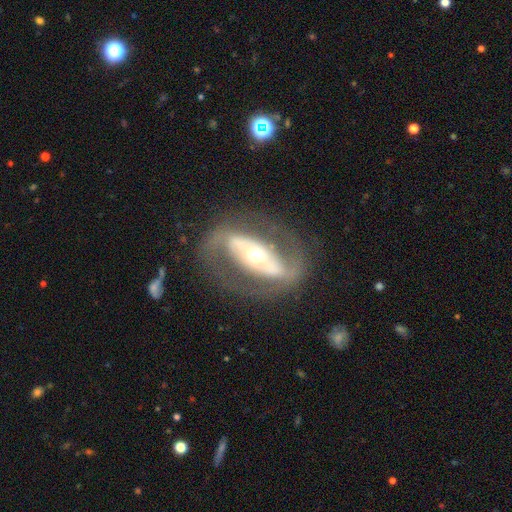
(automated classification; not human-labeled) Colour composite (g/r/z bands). It shows a featured or disk galaxy (83%) with a strong bar (50%), 2 (87%) medium (46%) spiral arms (68%) and a moderate central bulge (68%). Merging: none (73%).